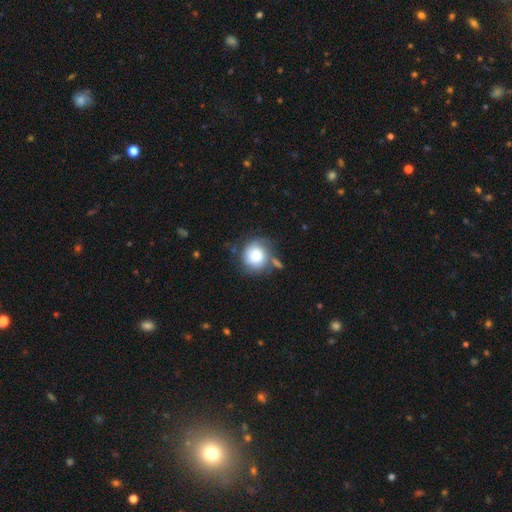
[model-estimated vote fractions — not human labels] Smooth or featured: smooth — 74% (featured or disk — 18%)
How rounded: round — 86% (in between — 13%)
Merging: none — 52% (minor disturbance — 24%)